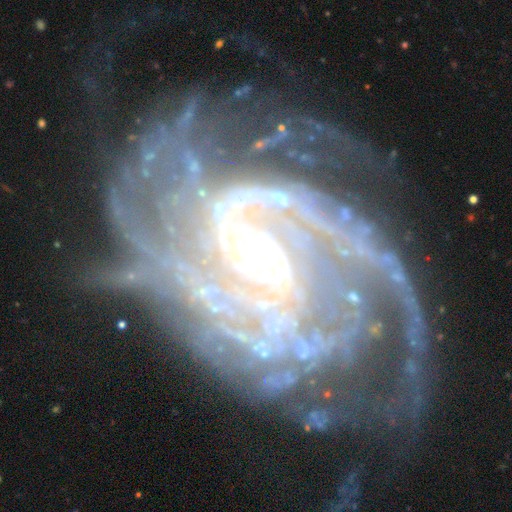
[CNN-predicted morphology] Smooth or featured?
  - featured or disk: 92% *
  - star or artifact: 5%
  - smooth: 3%
Edge-on disk?
  - no: 98% *
  - yes: 2%
Bar?
  - no: 52% *
  - weak: 34%
  - strong: 14%
Spiral arms?
  - yes: 98% *
  - no: 2%
Spiral winding?
  - tight: 55% *
  - medium: 36%
  - loose: 8%
Spiral arm count?
  - 2: 30% *
  - can't tell: 21%
  - 3: 16%
  - 4: 13%
  - more than 4: 11%
  - 1: 8%
Bulge size?
  - small: 71% *
  - moderate: 24%
  - large: 2%
  - none: 2%
  - dominant: 1%
Merging?
  - none: 61% *
  - minor disturbance: 19%
  - major disturbance: 17%
  - merger: 3%